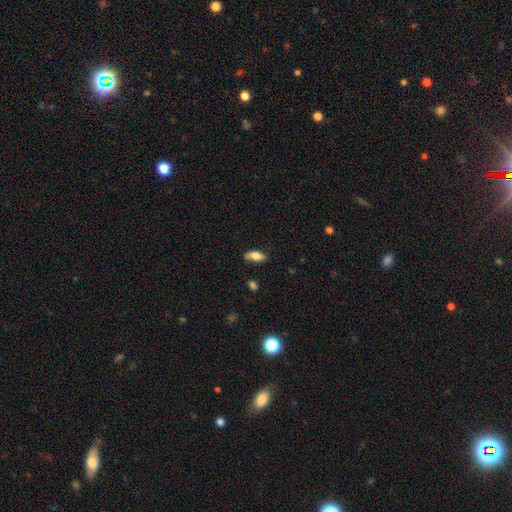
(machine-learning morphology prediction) Smooth or featured?
  - smooth: 74% *
  - featured or disk: 19%
  - star or artifact: 7%
How rounded?
  - in between: 82% *
  - cigar-shaped: 15%
  - round: 3%
Merging?
  - none: 69% *
  - minor disturbance: 23%
  - major disturbance: 5%
  - merger: 3%